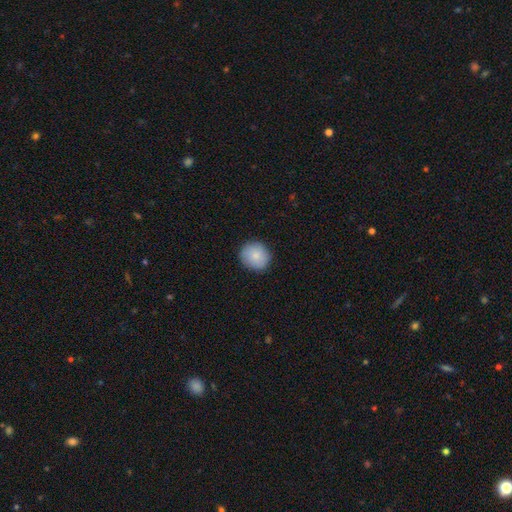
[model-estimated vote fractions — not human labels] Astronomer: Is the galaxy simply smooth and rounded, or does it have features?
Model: smooth — 85%.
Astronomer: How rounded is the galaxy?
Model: round — 89%.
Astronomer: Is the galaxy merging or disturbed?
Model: none — 89%.